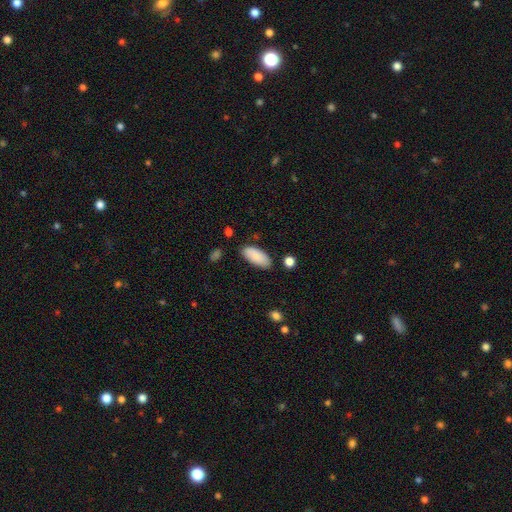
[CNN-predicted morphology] Overall: smooth (88%). How rounded: in between (88%). Merging: none (83%).